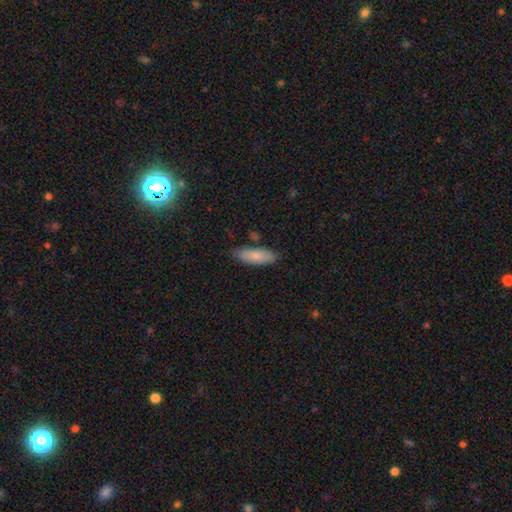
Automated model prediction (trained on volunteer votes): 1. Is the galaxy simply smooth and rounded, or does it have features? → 81% smooth, 12% featured or disk, 6% star or artifact.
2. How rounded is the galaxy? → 62% in between, 37% cigar-shaped, 2% round.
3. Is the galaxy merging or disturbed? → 80% none, 14% minor disturbance, 3% merger, 3% major disturbance.